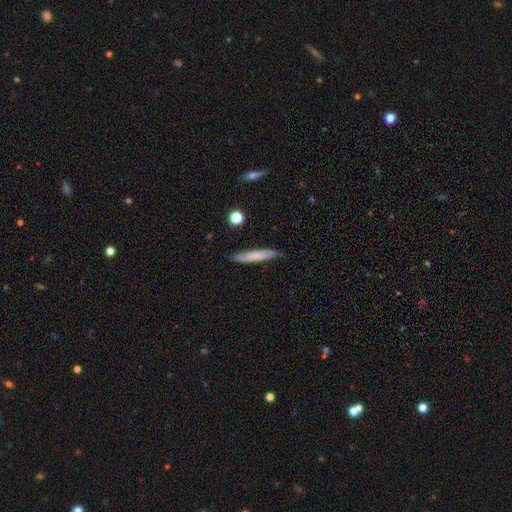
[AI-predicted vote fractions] Smooth or featured: smooth — 65% (featured or disk — 29%)
How rounded: cigar-shaped — 88% (in between — 10%)
Merging: none — 81% (minor disturbance — 15%)